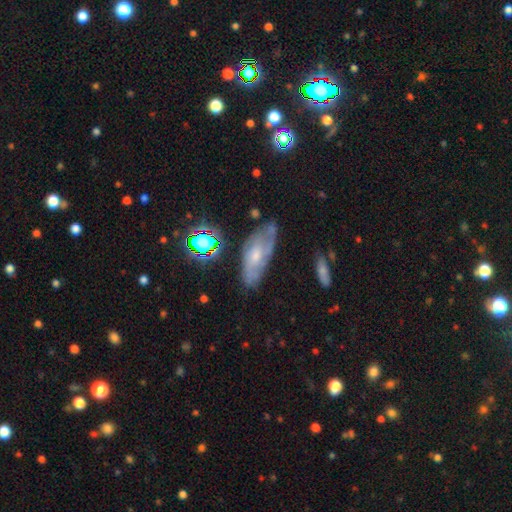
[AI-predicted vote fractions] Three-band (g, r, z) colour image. It shows a featured or disk galaxy (58%). Merging: none (62%).